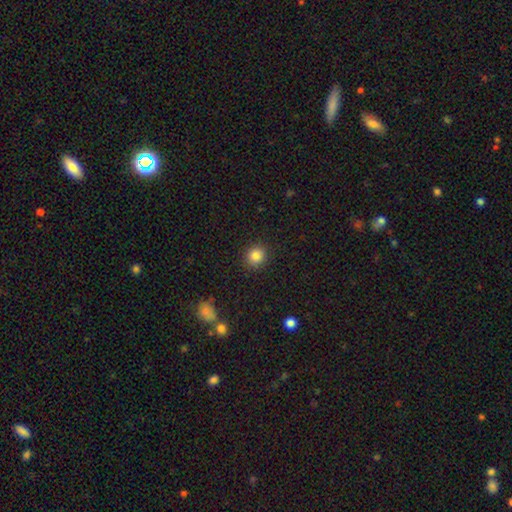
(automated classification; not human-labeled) Morphology: type=smooth (85%); roundness=round (86%); merging=none (91%).